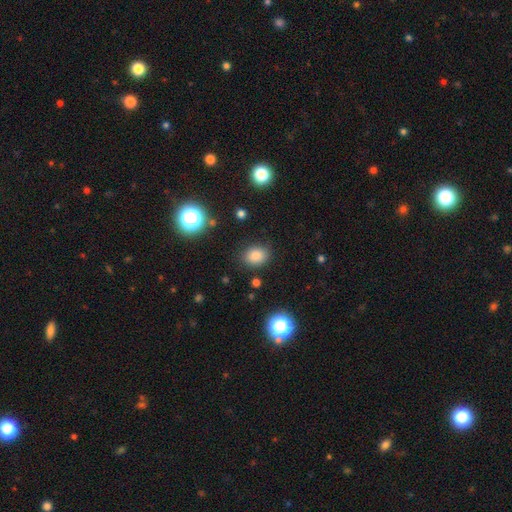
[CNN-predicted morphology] A smooth galaxy with no disk features (82%) that is in between round and cigar-shaped (53%). Merging: none (84%).